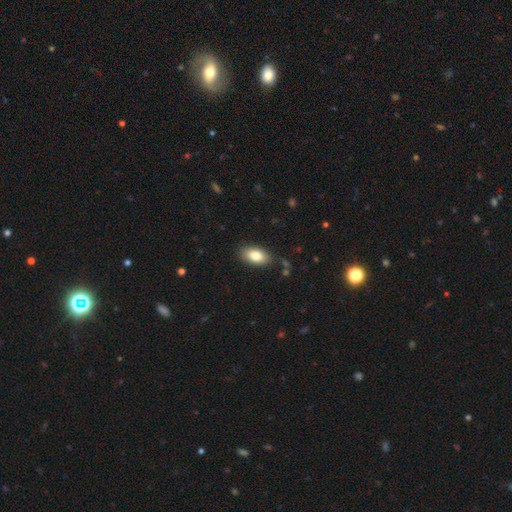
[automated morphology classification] smooth_or_featured: smooth (p=0.81) [alt: featured or disk p=0.11]
how_rounded: in between (p=0.92) [alt: round p=0.05]
merging: none (p=0.83) [alt: minor disturbance p=0.12]